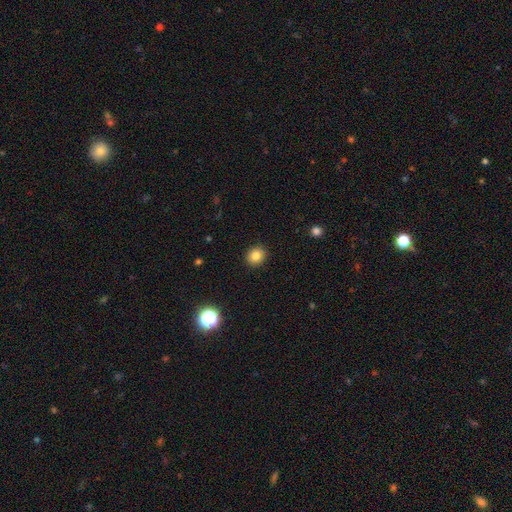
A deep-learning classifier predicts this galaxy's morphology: smooth-or-featured: smooth: 83% | star or artifact: 11% | featured or disk: 6%
  how-rounded: round: 77% | in between: 22% | cigar-shaped: 1%
  merging: none: 91% | minor disturbance: 6% | major disturbance: 2% | merger: 1%